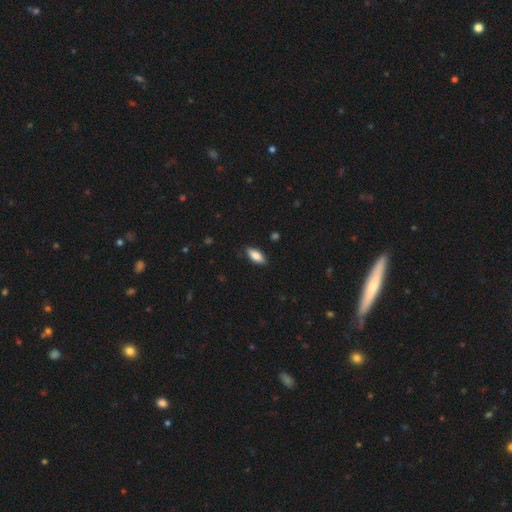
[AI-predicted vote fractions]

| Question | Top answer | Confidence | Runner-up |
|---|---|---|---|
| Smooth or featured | smooth | 78% | featured or disk (16%) |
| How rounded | in between | 80% | cigar-shaped (18%) |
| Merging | none | 85% | minor disturbance (11%) |